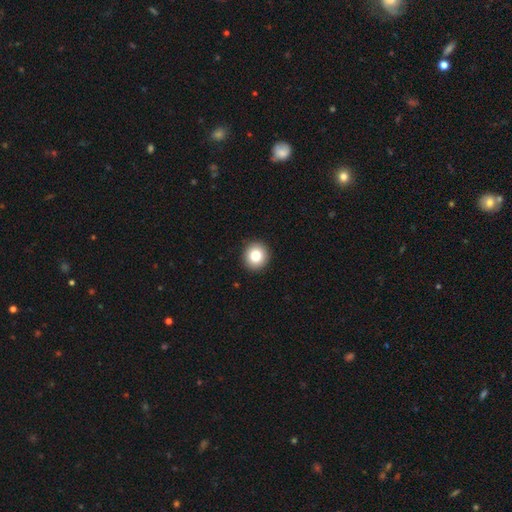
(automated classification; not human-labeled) Morphology: type=smooth (83%); roundness=round (88%); merging=none (93%).